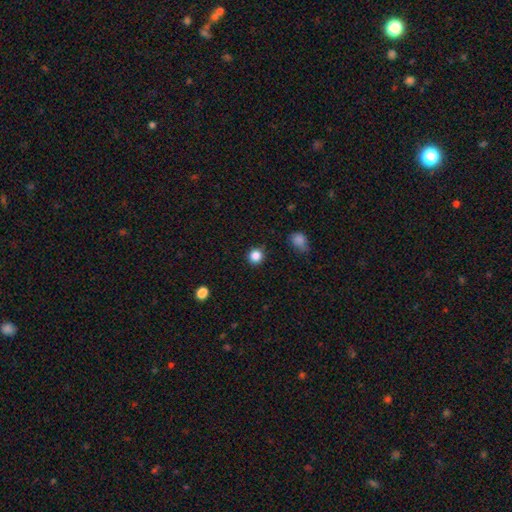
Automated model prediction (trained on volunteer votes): A smooth galaxy with no disk features (85%) that is round (92%). Merging: none (90%).